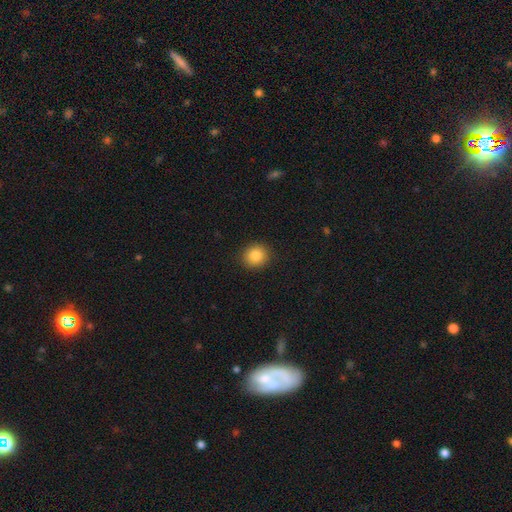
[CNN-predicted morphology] type=smooth (86%); roundness=round (86%); merging=none (91%).